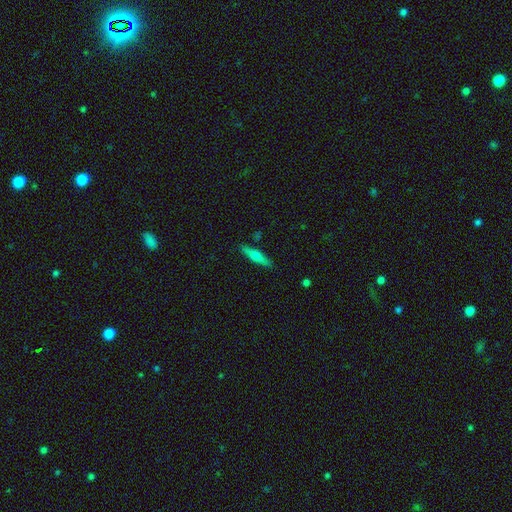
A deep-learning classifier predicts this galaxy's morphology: smooth_or_featured: featured or disk (p=0.48) [alt: smooth p=0.45]
merging: none (p=0.88) [alt: minor disturbance p=0.09]